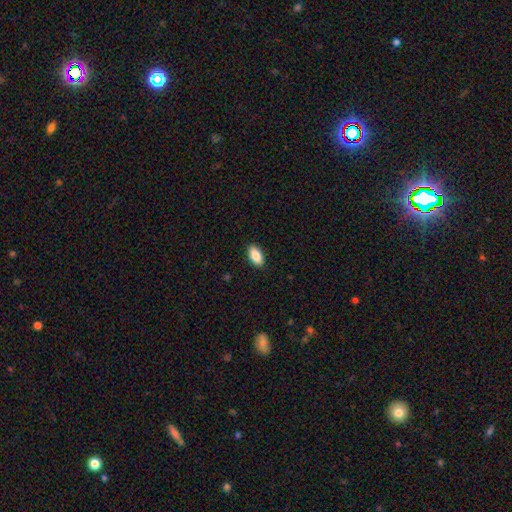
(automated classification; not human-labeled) smooth-or-featured: smooth: 87% | featured or disk: 7% | star or artifact: 7%
  how-rounded: in between: 91% | cigar-shaped: 6% | round: 3%
  merging: none: 90% | minor disturbance: 8% | major disturbance: 2% | merger: 1%